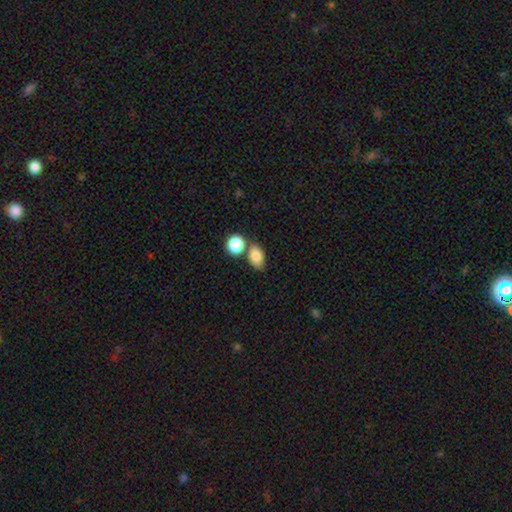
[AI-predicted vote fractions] A smooth galaxy with no disk features (83%) that is in between round and cigar-shaped (78%).

Vote fractions:
- Smooth or featured? smooth: 83% / featured or disk: 8% / star or artifact: 8%
- How rounded? in between: 78% / round: 21% / cigar-shaped: 2%
- Merging? none: 53% / merger: 30% / minor disturbance: 12% / major disturbance: 4%